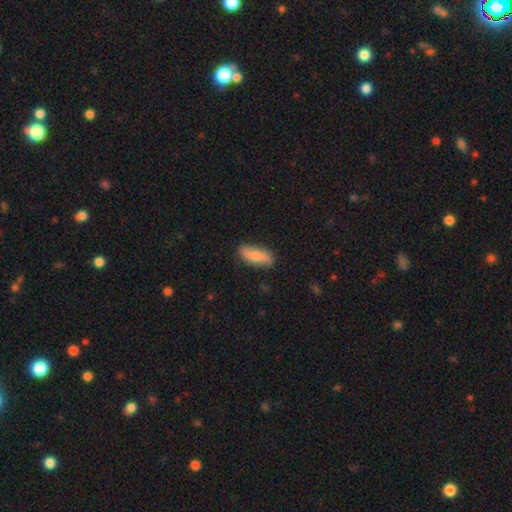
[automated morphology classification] This is likely a smooth galaxy (71%). How rounded: likely in between (67%). Merging: clearly none (83%).